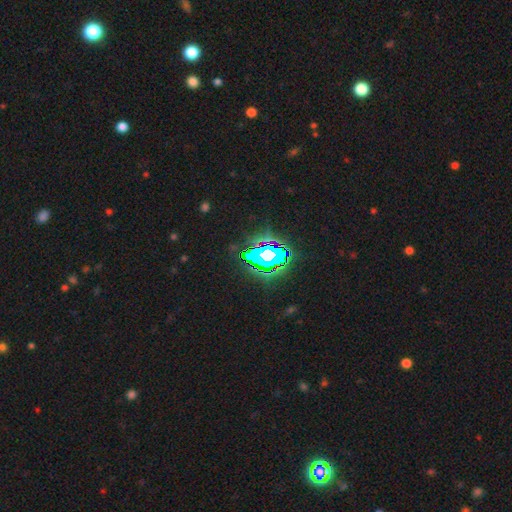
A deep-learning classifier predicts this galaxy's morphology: smooth-or-featured: star or artifact: 84% | smooth: 10% | featured or disk: 7%